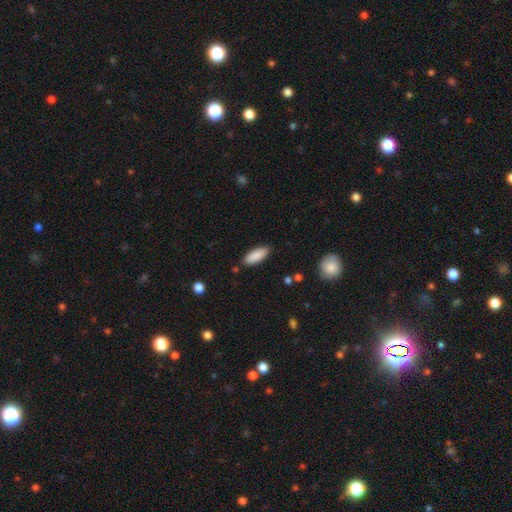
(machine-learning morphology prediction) Smooth or featured: smooth — 89% (star or artifact — 6%)
How rounded: in between — 75% (cigar-shaped — 23%)
Merging: none — 85% (minor disturbance — 11%)